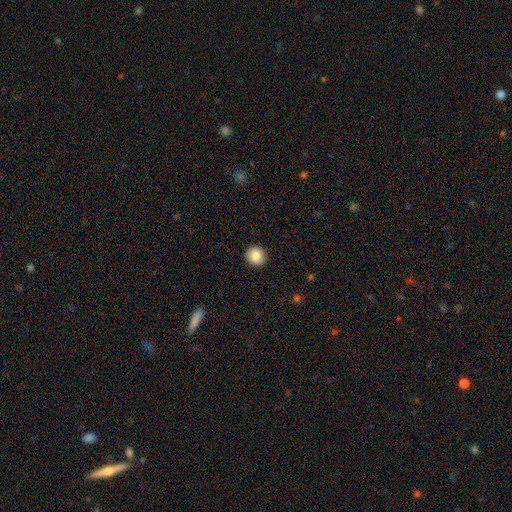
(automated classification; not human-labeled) Smooth or featured: smooth — 85% (star or artifact — 8%)
How rounded: round — 92% (in between — 7%)
Merging: none — 93% (minor disturbance — 5%)